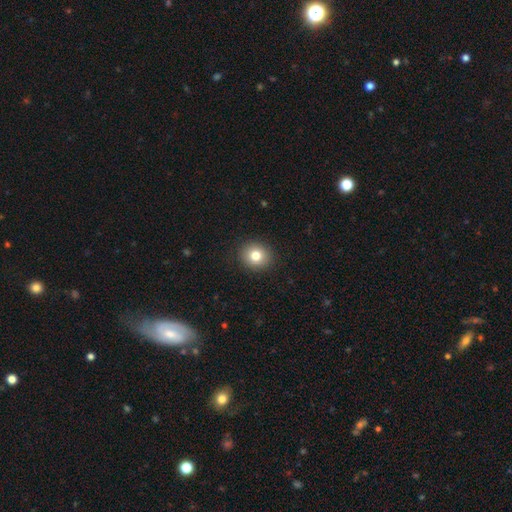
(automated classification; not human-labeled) A smooth galaxy with no disk features (80%) that is round (81%).

Vote fractions:
- Smooth or featured? smooth: 80% / star or artifact: 10% / featured or disk: 9%
- How rounded? round: 81% / in between: 18% / cigar-shaped: 1%
- Merging? none: 91% / minor disturbance: 6% / major disturbance: 2% / merger: 1%